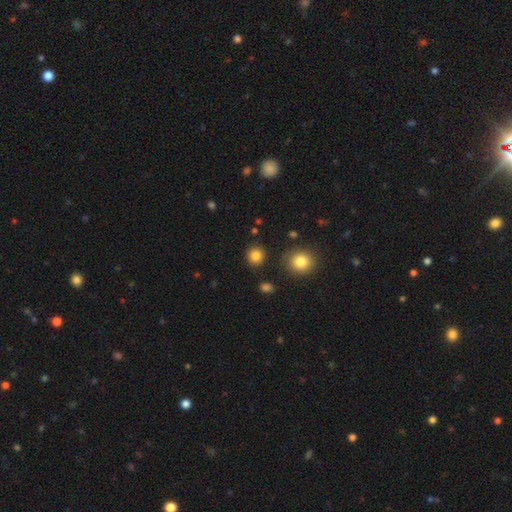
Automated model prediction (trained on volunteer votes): A smooth galaxy with no disk features (84%) that is round (89%). Merging: none (89%).